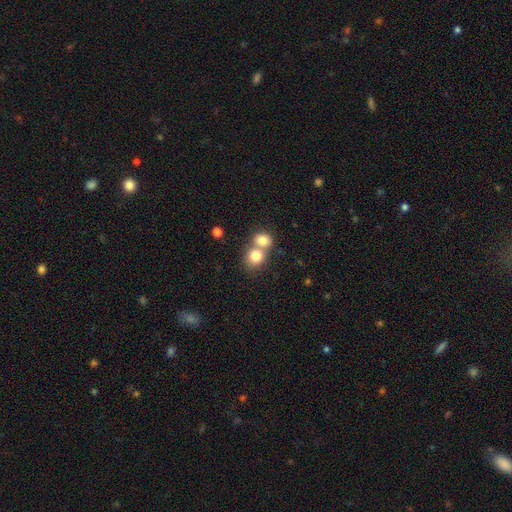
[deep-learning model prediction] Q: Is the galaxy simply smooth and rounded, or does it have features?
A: smooth — 80%.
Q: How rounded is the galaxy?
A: round — 70%.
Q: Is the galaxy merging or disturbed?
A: merger — 62%.